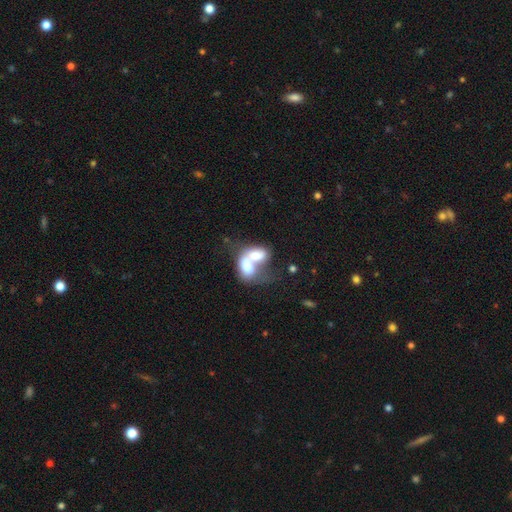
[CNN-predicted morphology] Smooth or featured: smooth — 65% (featured or disk — 28%)
How rounded: in between — 79% (round — 19%)
Merging: merger — 81% (none — 8%)